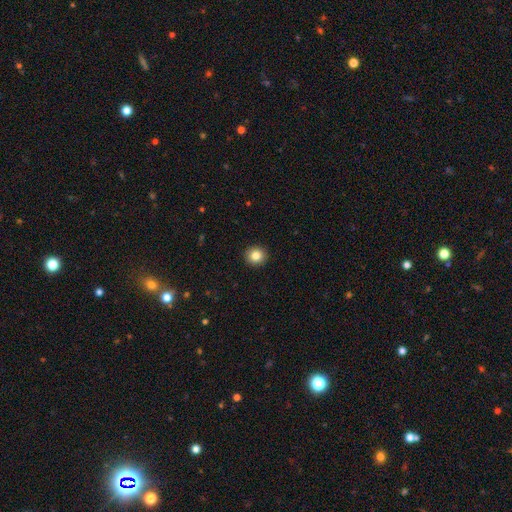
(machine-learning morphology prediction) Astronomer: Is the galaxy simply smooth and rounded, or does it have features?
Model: smooth — 84%.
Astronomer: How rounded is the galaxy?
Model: round — 90%.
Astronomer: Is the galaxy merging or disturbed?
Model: none — 93%.